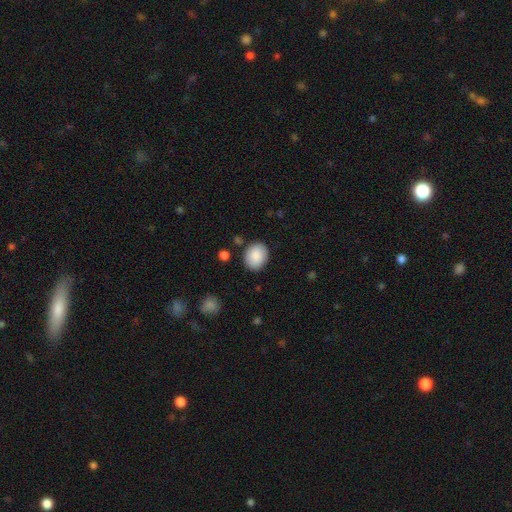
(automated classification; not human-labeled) The model was most divided on "how rounded": in between: 50%, round: 49%, cigar-shaped: 1%. More confident: smooth or featured — smooth (89%); merging — none (85%).